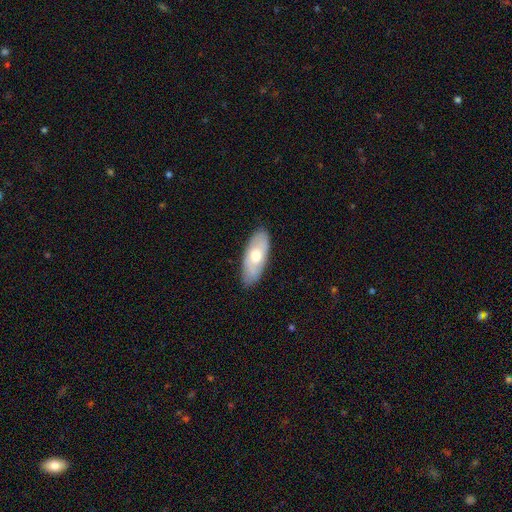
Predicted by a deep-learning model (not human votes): A smooth galaxy with no disk features (61%) that is in between round and cigar-shaped (82%).

Vote fractions:
- Smooth or featured? smooth: 61% / featured or disk: 33% / star or artifact: 6%
- How rounded? in between: 82% / cigar-shaped: 16% / round: 2%
- Merging? none: 84% / minor disturbance: 12% / major disturbance: 2% / merger: 1%